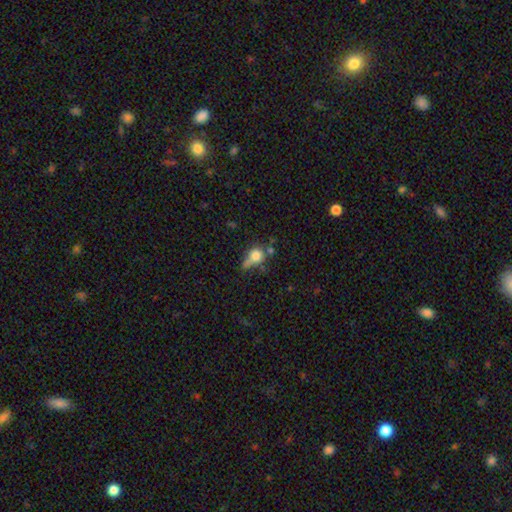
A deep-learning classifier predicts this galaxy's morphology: smooth-or-featured: smooth: 73% | featured or disk: 15% | star or artifact: 12%
  how-rounded: round: 72% | in between: 25% | cigar-shaped: 3%
  merging: none: 37% | merger: 24% | minor disturbance: 24% | major disturbance: 16%